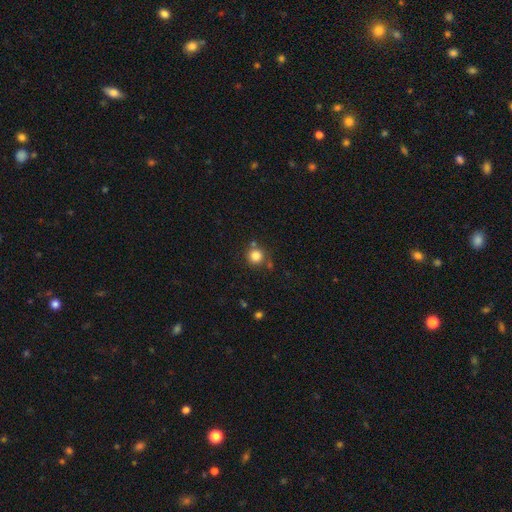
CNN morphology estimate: This appears to be a smooth galaxy with no disk features (84%) that is round (94%). Merging: none (77%).